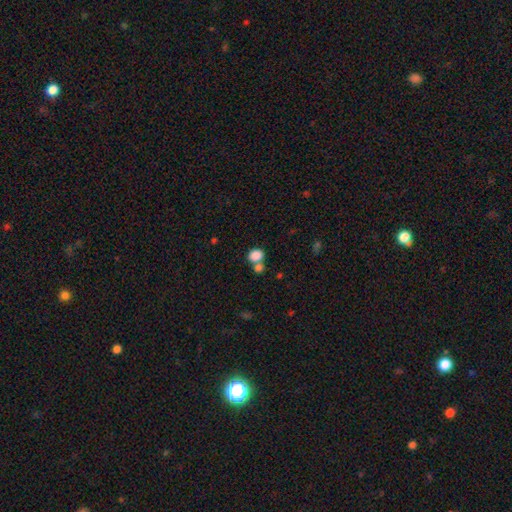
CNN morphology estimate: This is clearly a smooth galaxy (84%). How rounded: possibly in between (51%). Merging: marginally merger (43%, tied with none).